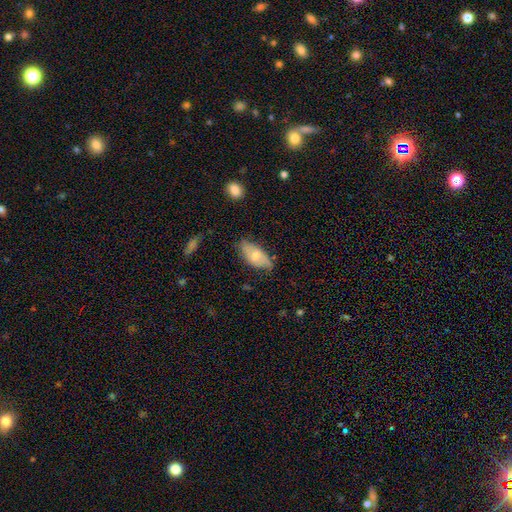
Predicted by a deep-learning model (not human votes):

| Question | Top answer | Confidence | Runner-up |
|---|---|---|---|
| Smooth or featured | smooth | 68% | featured or disk (26%) |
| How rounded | in between | 91% | cigar-shaped (7%) |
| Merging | none | 67% | minor disturbance (26%) |